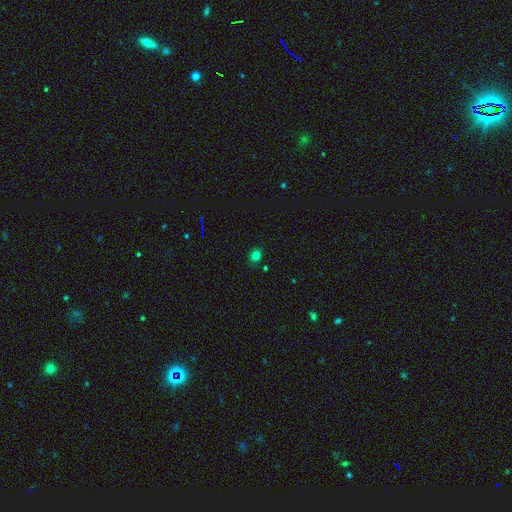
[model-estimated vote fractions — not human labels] A smooth galaxy with no disk features (77%) that is round (65%).

Vote fractions:
- Smooth or featured? smooth: 77% / star or artifact: 18% / featured or disk: 6%
- How rounded? round: 65% / in between: 34% / cigar-shaped: 1%
- Merging? none: 86% / minor disturbance: 9% / merger: 2% / major disturbance: 2%